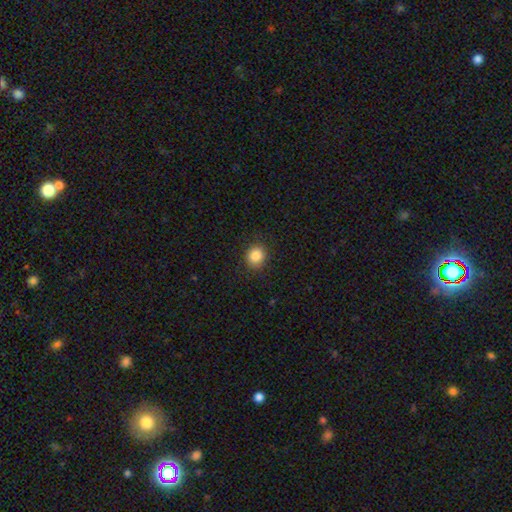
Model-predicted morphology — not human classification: A smooth galaxy with no disk features (86%) that is round (80%).

Vote fractions:
- Smooth or featured? smooth: 86% / star or artifact: 10% / featured or disk: 4%
- How rounded? round: 80% / in between: 19% / cigar-shaped: 1%
- Merging? none: 89% / minor disturbance: 8% / major disturbance: 2% / merger: 1%